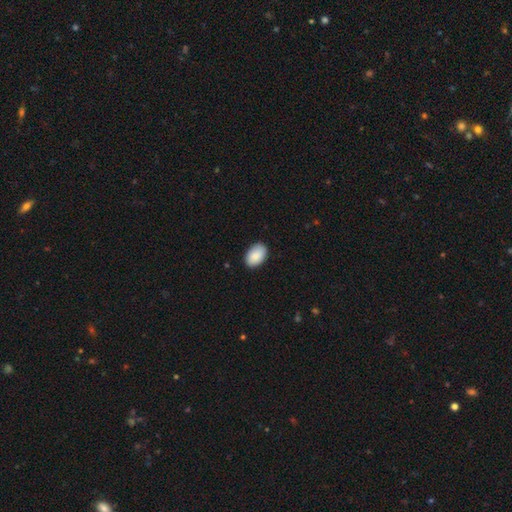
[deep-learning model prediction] Smooth or featured?
  - smooth: 89% *
  - star or artifact: 6%
  - featured or disk: 5%
How rounded?
  - in between: 90% *
  - round: 9%
  - cigar-shaped: 1%
Merging?
  - none: 88% *
  - minor disturbance: 10%
  - major disturbance: 2%
  - merger: 1%